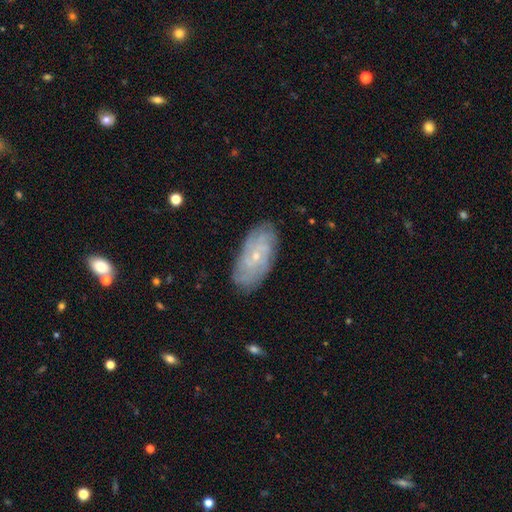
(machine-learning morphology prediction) This is likely a featured or disk galaxy (72%). It is clearly not viewed edge-on (92%). Bar: likely no (71%). Spiral arm pattern: clearly yes (91%). Spiral arm count: possibly can't tell (45%). Spiral winding: likely tight (66%). Central bulge: likely small (77%). Merging: clearly none (83%).